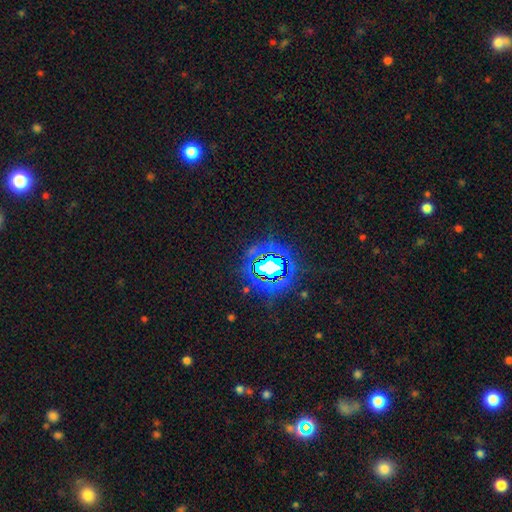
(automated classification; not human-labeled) Smooth or featured? star or artifact (82%)